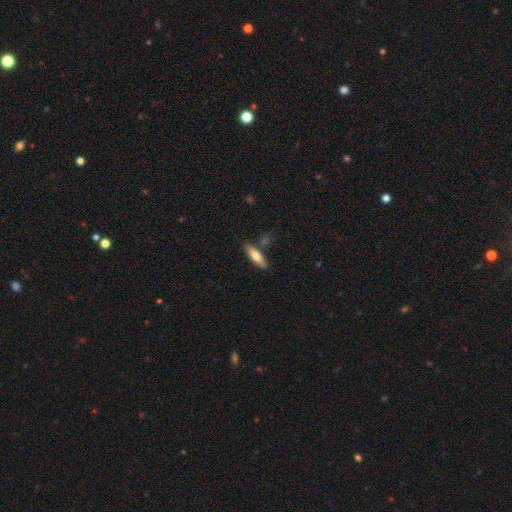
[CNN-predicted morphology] type=smooth (69%); roundness=cigar-shaped (54%); merging=none (77%).